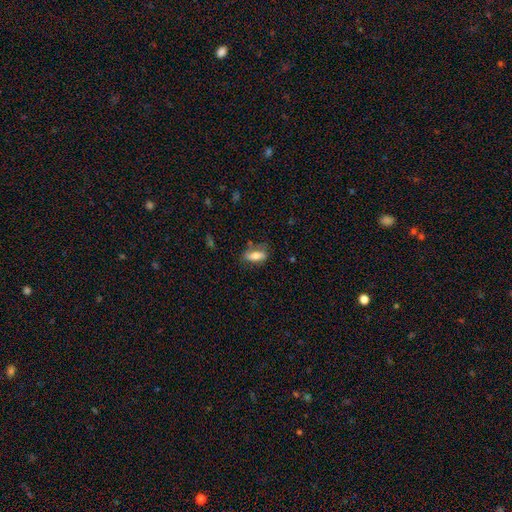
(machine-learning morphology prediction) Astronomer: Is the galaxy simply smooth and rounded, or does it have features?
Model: smooth — 73%.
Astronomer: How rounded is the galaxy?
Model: in between — 78%.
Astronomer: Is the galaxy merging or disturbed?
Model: none — 58%.